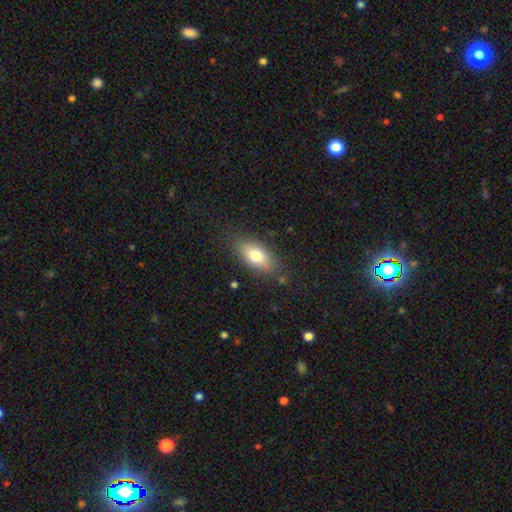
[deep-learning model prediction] A smooth galaxy with no disk features (75%) that is in between round and cigar-shaped (85%). Merging: none (80%).